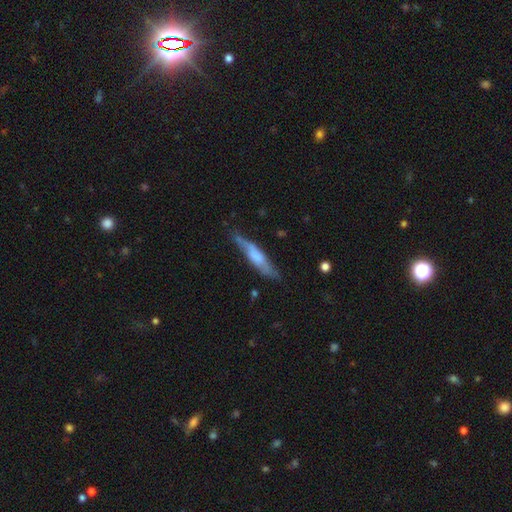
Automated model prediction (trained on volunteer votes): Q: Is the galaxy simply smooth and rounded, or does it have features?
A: smooth — 50%.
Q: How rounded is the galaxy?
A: cigar-shaped — 83%.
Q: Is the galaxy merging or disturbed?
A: none — 69%.